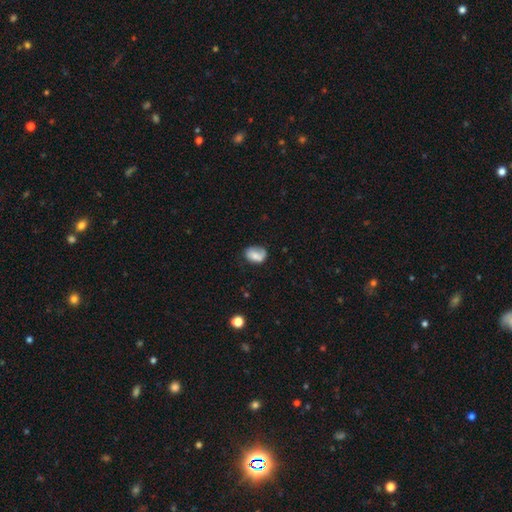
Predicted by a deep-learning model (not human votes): Smooth or featured?
  - smooth: 68% *
  - featured or disk: 23%
  - star or artifact: 9%
How rounded?
  - in between: 74% *
  - round: 25%
  - cigar-shaped: 1%
Merging?
  - none: 52% *
  - minor disturbance: 31%
  - major disturbance: 13%
  - merger: 4%